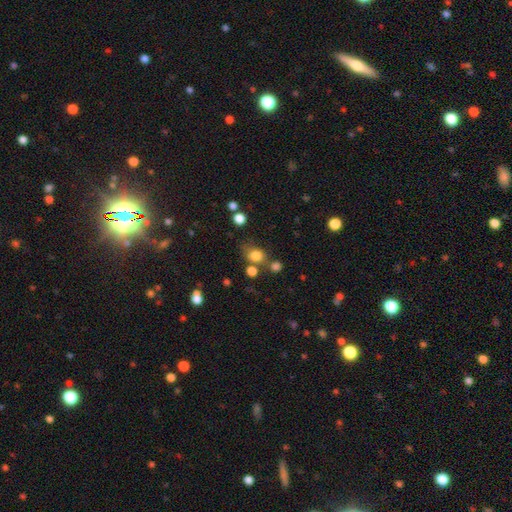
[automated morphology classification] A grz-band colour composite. It shows a smooth galaxy with no disk features (79%) that is round (62%). Merging: none (60%).